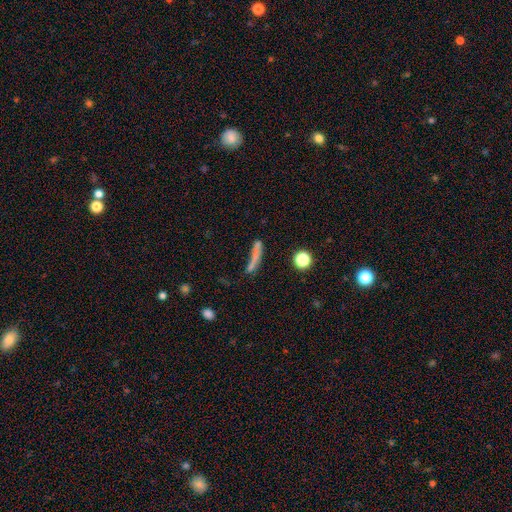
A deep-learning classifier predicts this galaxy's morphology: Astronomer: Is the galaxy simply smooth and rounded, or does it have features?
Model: smooth — 62%.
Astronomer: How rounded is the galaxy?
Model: cigar-shaped — 83%.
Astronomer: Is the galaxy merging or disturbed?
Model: none — 52%.